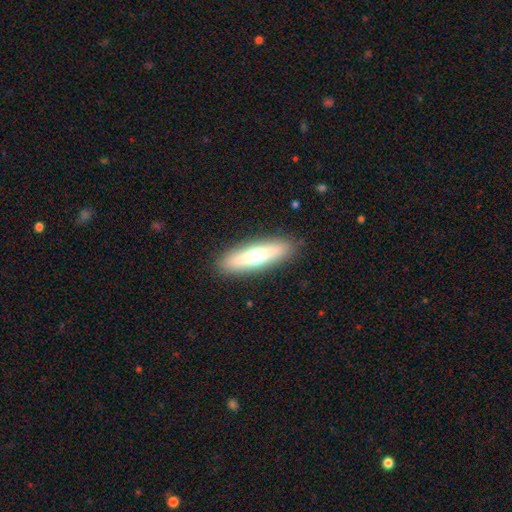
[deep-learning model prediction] smooth 50%, featured or disk 43%, star or artifact 7%. Down the decision tree: merging — none (88%).